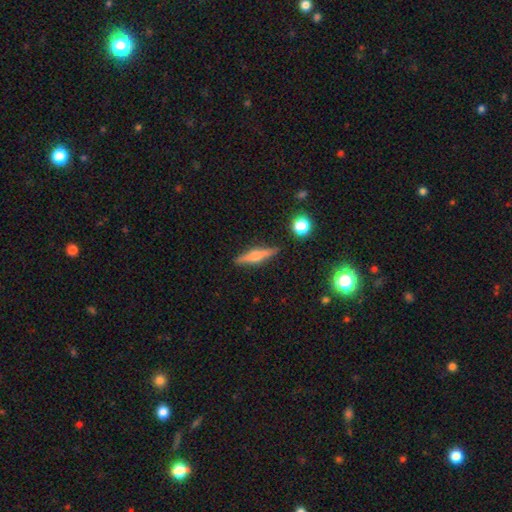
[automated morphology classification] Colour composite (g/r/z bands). It shows a featured or disk galaxy (55%) viewed edge-on (96%) with a rounded central bulge (82%). Merging: none (88%).